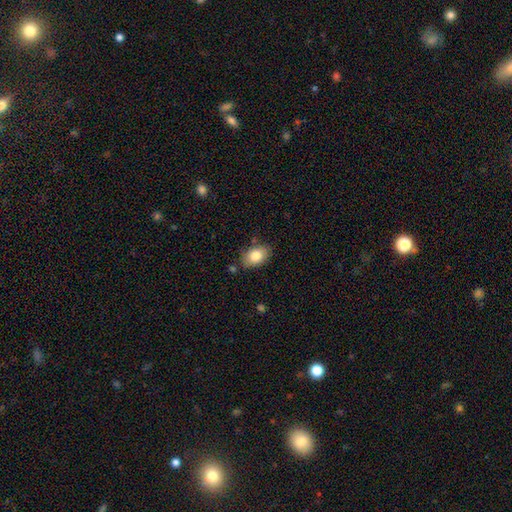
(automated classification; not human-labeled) This appears to be a smooth galaxy with no disk features (82%) that is in between round and cigar-shaped (86%). Merging: none (79%).